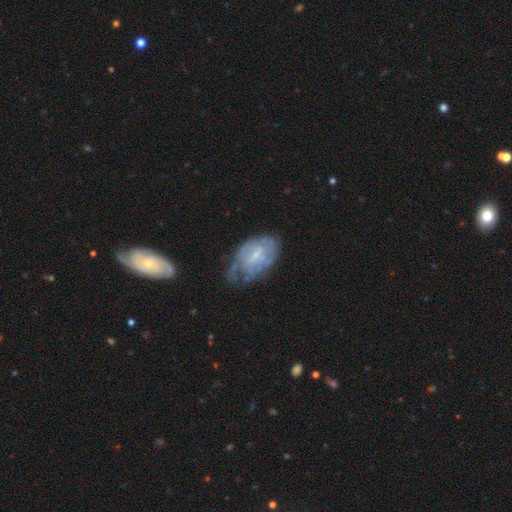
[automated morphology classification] This appears to be a featured or disk galaxy (63%) with a weak bar (47%), spiral arms (64%) and a small central bulge (61%). Merging: none (38%).